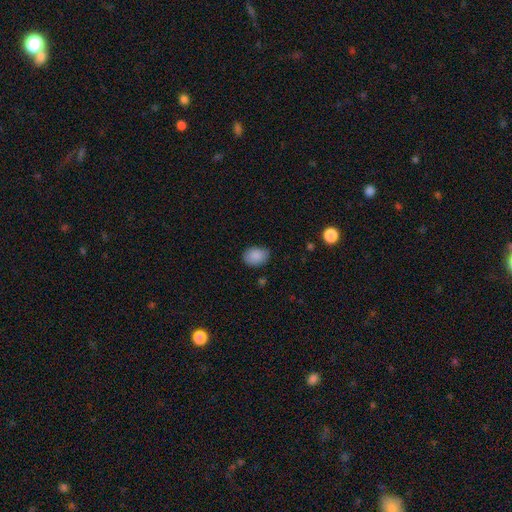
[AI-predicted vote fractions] Morphology: type=smooth (88%); roundness=in between (69%); merging=none (77%).